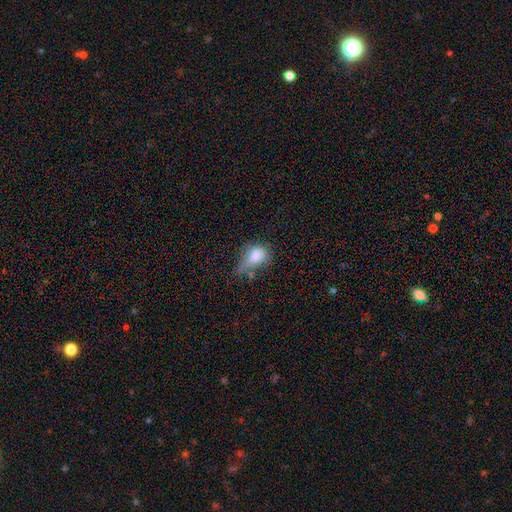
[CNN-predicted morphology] Smooth or featured? Predicted: smooth (p=0.75). How rounded? Predicted: in between (p=0.67). Merging? Predicted: minor disturbance (p=0.34).